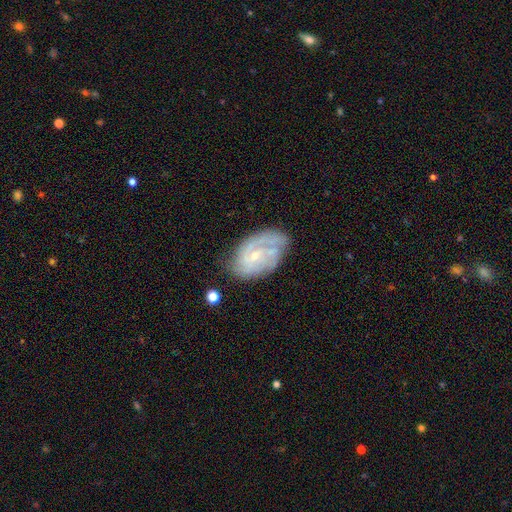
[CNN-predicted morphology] Overall: featured or disk (75%). Edge-on disk: no (97%). Bar: no (59%; weak 35%). Spiral arms: yes (88%). Spiral arm count: can't tell (38%; 2 28%). Spiral winding: tight (51%; medium 36%). Bulge size: small (74%). Merging: none (63%; minor disturbance 24%).